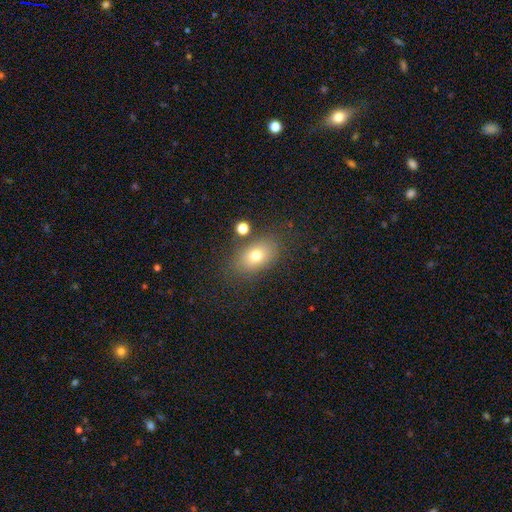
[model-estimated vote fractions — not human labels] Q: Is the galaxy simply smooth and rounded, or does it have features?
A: smooth — 73%.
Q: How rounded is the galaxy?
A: in between — 82%.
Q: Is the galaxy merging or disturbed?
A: none — 76%.